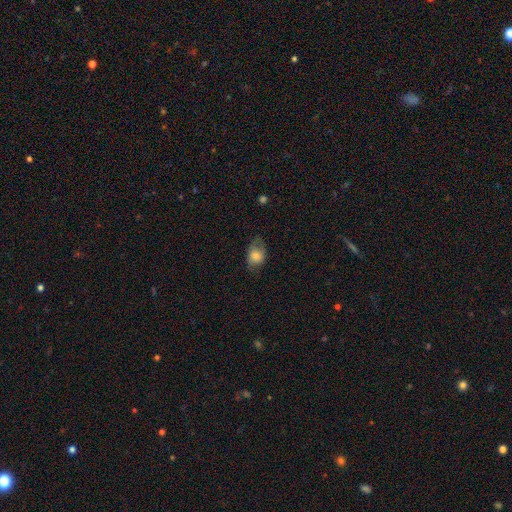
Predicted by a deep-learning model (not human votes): This is likely a smooth galaxy (69%). How rounded: likely in between (69%). Merging: possibly none (56%).